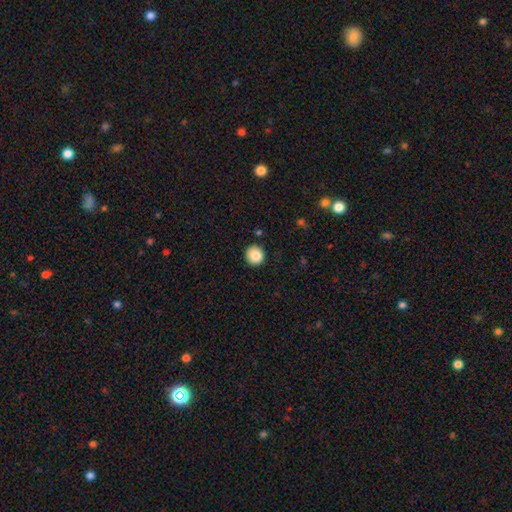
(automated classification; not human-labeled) Overall: smooth (87%). How rounded: round (91%). Merging: none (89%).